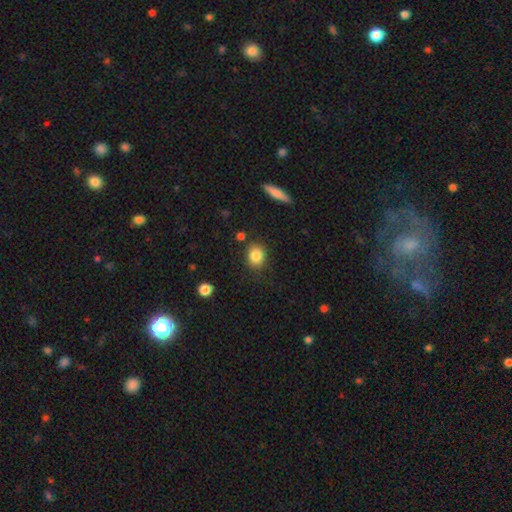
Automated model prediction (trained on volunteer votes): Overall: smooth (85%). How rounded: round (59%; in between 40%). Merging: none (82%).